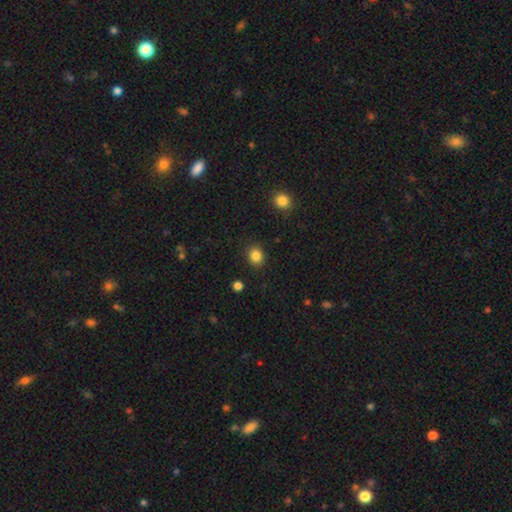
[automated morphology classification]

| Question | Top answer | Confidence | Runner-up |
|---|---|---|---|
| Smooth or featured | smooth | 85% | star or artifact (11%) |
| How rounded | round | 70% | in between (29%) |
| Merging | none | 90% | minor disturbance (7%) |